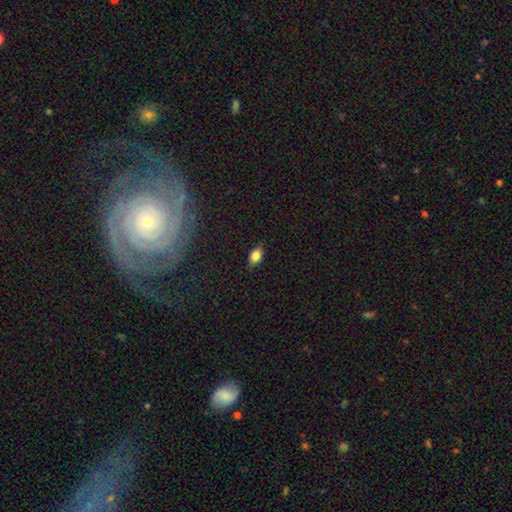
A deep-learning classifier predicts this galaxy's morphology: Overall: smooth (83%). How rounded: in between (82%). Merging: none (83%).